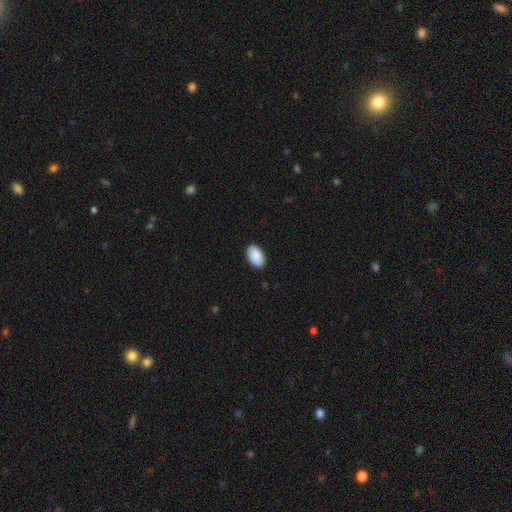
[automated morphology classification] Q: Smooth or featured?
A: smooth (90%); runner-up: star or artifact (6%)
Q: How rounded?
A: in between (95%); runner-up: round (4%)
Q: Merging?
A: none (89%); runner-up: minor disturbance (8%)